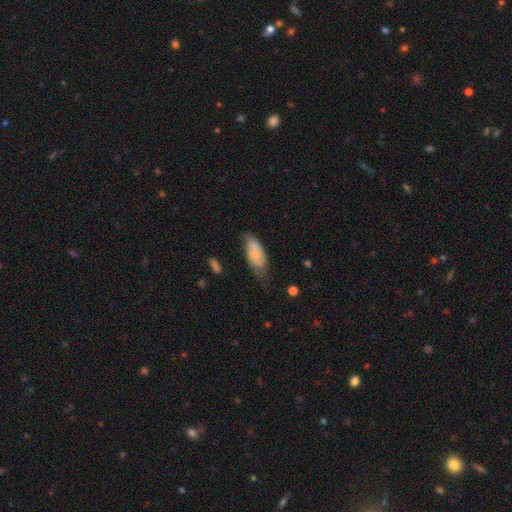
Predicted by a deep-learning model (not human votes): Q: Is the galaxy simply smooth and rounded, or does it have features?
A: smooth — 70%.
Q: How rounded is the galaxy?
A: in between — 85%.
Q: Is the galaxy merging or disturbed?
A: none — 44%.